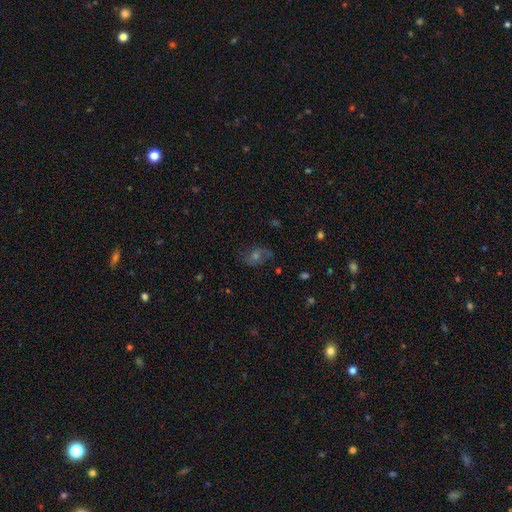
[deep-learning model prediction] Smooth or featured?
  - featured or disk: 47% *
  - smooth: 27%
  - star or artifact: 26%
Merging?
  - none: 76% *
  - minor disturbance: 15%
  - major disturbance: 8%
  - merger: 2%